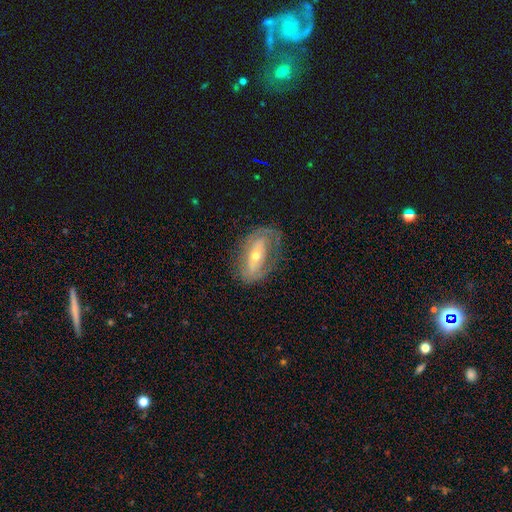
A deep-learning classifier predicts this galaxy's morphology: Overall: featured or disk (73%). Edge-on disk: no (88%). Bar: strong (41%; no 30%). Spiral arms: yes (68%; no 32%). Bulge size: moderate (48%; small 47%). Merging: none (64%).